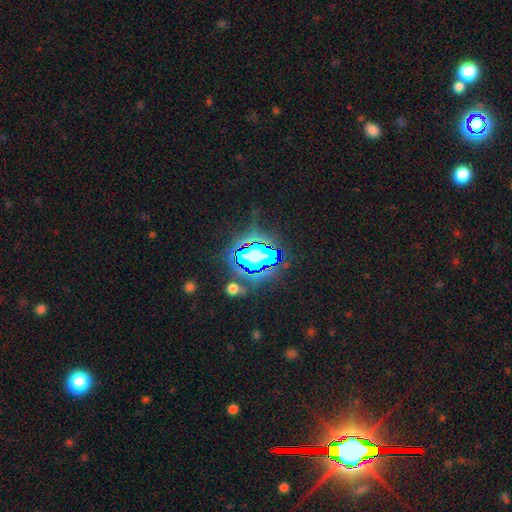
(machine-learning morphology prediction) Smooth or featured? star or artifact (61%)